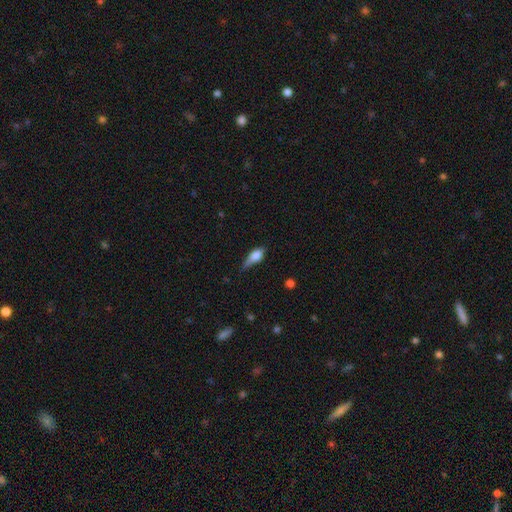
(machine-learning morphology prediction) Smooth or featured?
  - smooth: 74% *
  - featured or disk: 19%
  - star or artifact: 8%
How rounded?
  - in between: 75% *
  - cigar-shaped: 19%
  - round: 7%
Merging?
  - minor disturbance: 46% *
  - none: 32%
  - major disturbance: 18%
  - merger: 3%